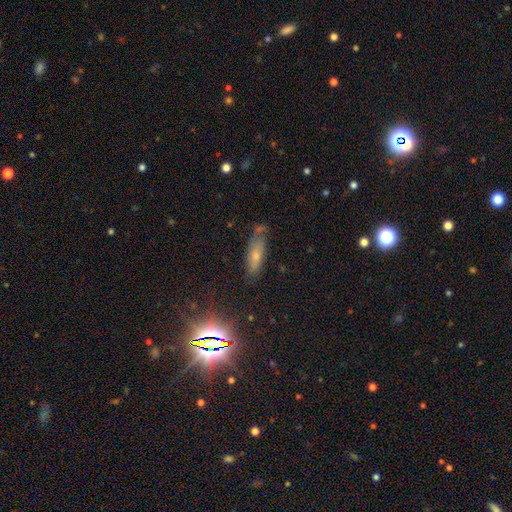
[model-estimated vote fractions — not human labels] smooth 60%, featured or disk 25%, star or artifact 15%. Down the decision tree: how rounded — in between (51%); merging — none (64%).